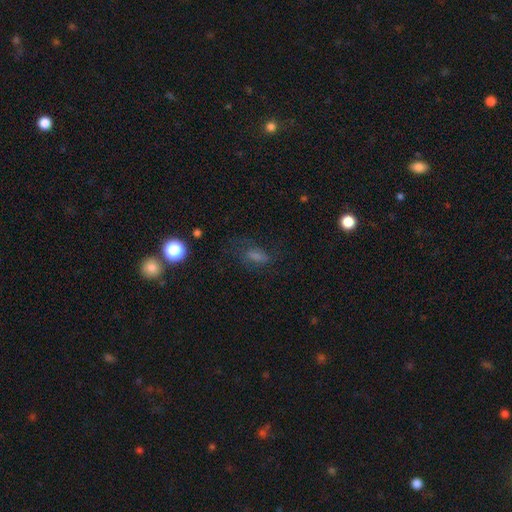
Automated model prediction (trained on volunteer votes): smooth_or_featured: smooth (p=0.48) [alt: star or artifact p=0.28]
merging: none (p=0.56) [alt: minor disturbance p=0.21]